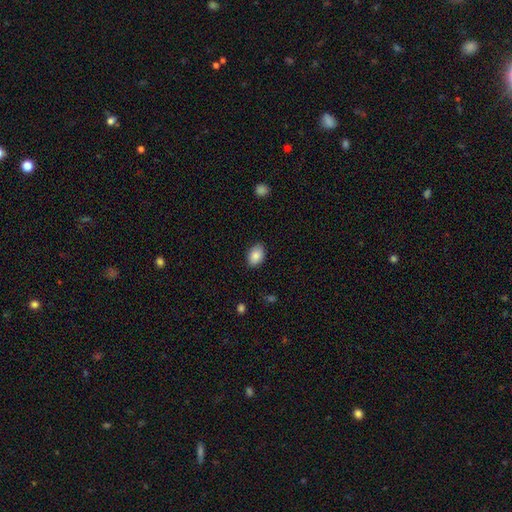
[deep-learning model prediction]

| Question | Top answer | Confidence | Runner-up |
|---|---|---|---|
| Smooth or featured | smooth | 87% | star or artifact (7%) |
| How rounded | in between | 82% | round (17%) |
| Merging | none | 84% | minor disturbance (12%) |